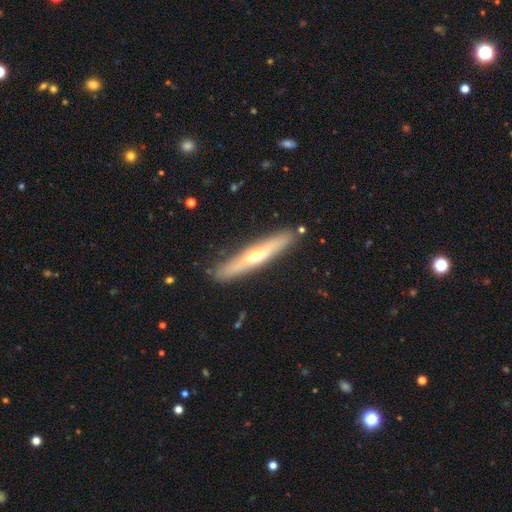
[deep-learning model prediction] The model was most divided on "smooth or featured": featured or disk: 58%, smooth: 36%, star or artifact: 6%. More confident: edge-on disk — yes (89%); merging — none (87%); edge-on bulge — rounded (82%).